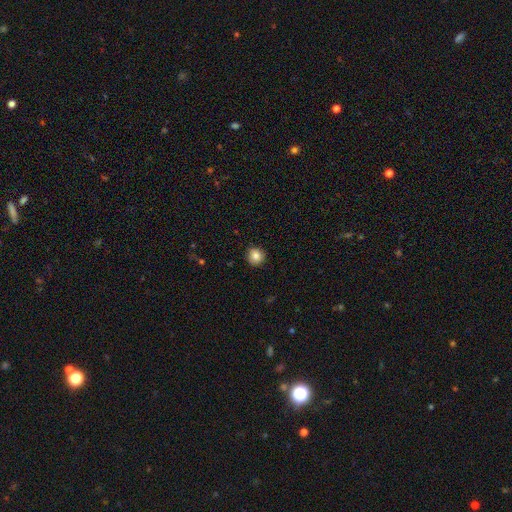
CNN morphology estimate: The model was most divided on "smooth or featured": smooth: 84%, star or artifact: 10%, featured or disk: 6%. More confident: how rounded — round (94%); merging — none (91%).